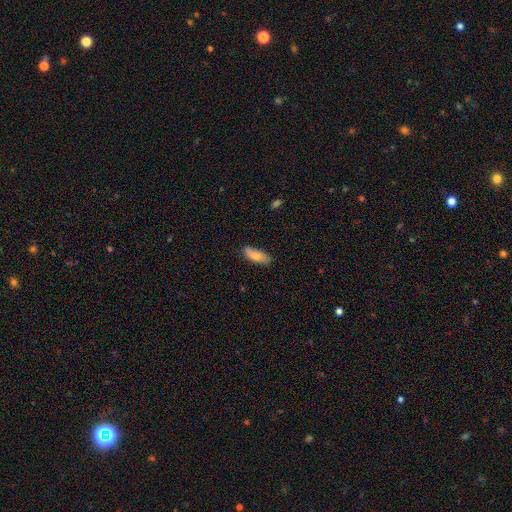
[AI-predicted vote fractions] smooth_or_featured: smooth (p=0.76) [alt: featured or disk p=0.18]
how_rounded: in between (p=0.69) [alt: cigar-shaped p=0.28]
merging: none (p=0.77) [alt: minor disturbance p=0.19]